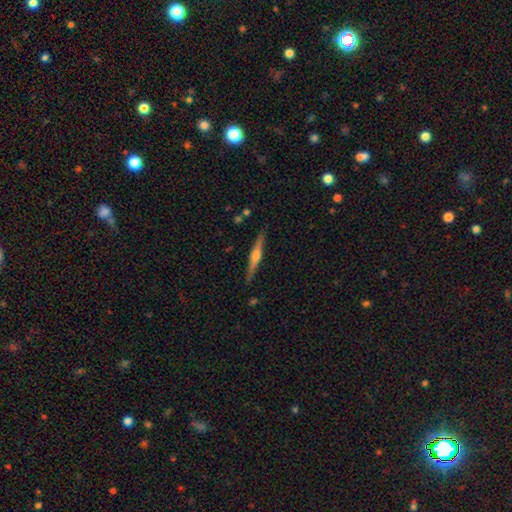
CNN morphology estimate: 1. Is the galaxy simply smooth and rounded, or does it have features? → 74% featured or disk, 20% smooth, 6% star or artifact.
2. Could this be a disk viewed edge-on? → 98% yes, 2% no.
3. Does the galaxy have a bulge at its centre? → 88% rounded, 7% boxy, 5% none.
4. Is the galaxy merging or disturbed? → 90% none, 7% minor disturbance, 1% major disturbance, 1% merger.